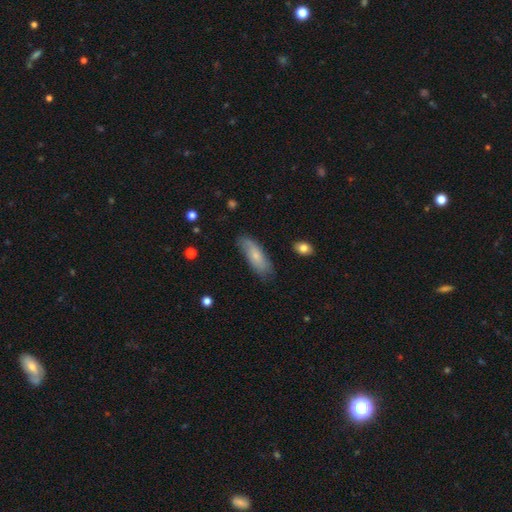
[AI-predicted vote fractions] Smooth or featured? Predicted: smooth (p=0.64). How rounded? Predicted: in between (p=0.66). Merging? Predicted: none (p=0.74).